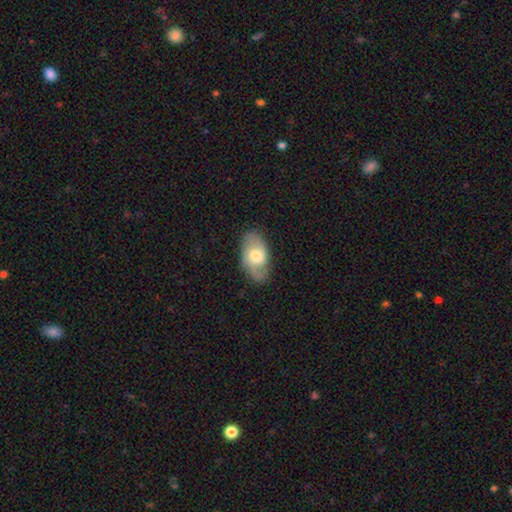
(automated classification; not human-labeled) Q: Smooth or featured?
A: featured or disk (51%); runner-up: smooth (43%)
Q: Edge-on disk?
A: no (91%); runner-up: yes (9%)
Q: Merging?
A: none (79%); runner-up: minor disturbance (15%)